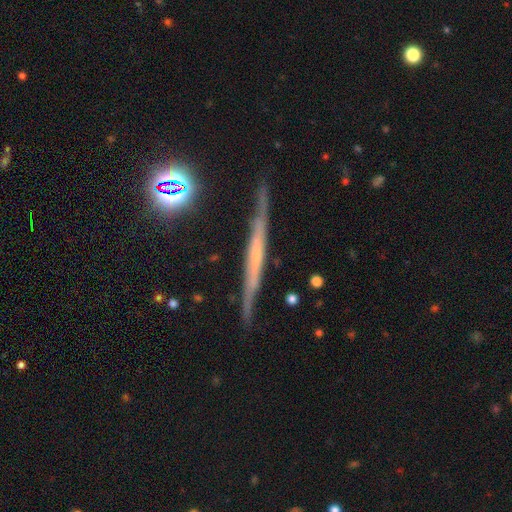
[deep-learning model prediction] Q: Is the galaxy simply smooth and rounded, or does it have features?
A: featured or disk — 67%.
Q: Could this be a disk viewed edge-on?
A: yes — 94%.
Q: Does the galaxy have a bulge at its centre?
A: none — 66%.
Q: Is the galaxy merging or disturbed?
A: none — 81%.